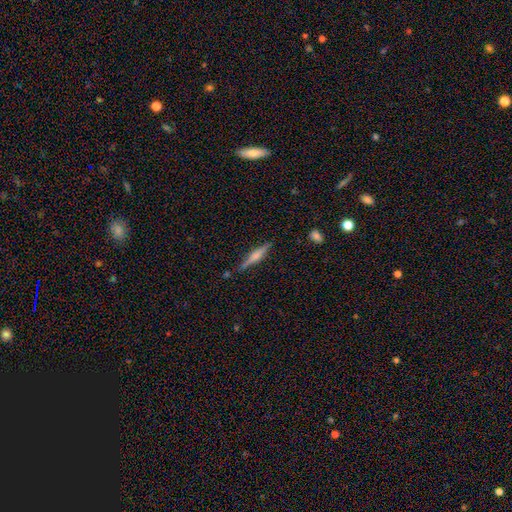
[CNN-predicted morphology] This appears to be a featured or disk galaxy (60%) viewed edge-on (97%) with a rounded central bulge (69%). Merging: none (85%).